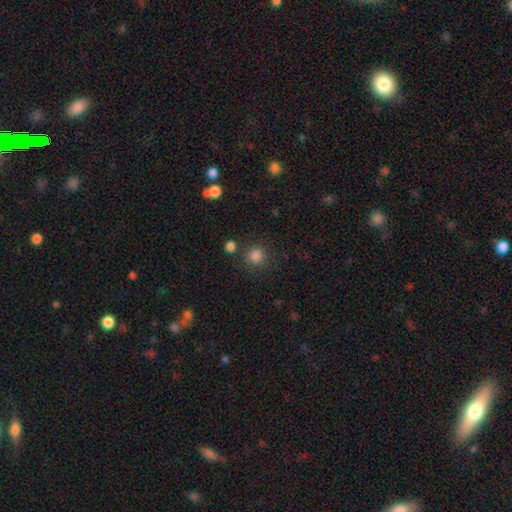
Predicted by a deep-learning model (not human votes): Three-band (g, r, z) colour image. It shows a smooth galaxy with no disk features (83%) that is round (92%). Merging: none (83%).